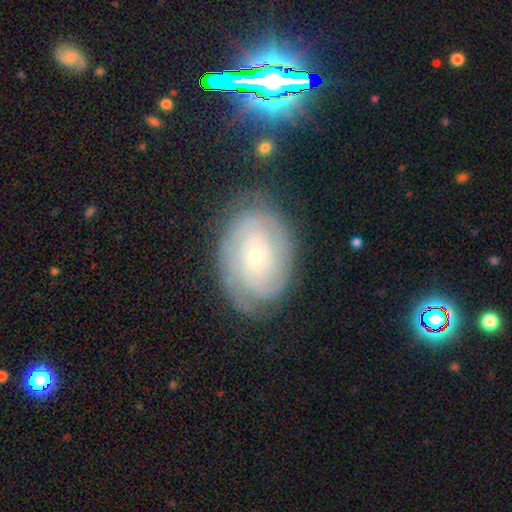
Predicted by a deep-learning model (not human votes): This is likely a featured or disk galaxy (76%). It is clearly not viewed edge-on (96%). Bar: possibly no (59%). Spiral arm pattern: clearly yes (92%). Spiral arm count: possibly can't tell (46%). Spiral winding: likely tight (77%). Central bulge: likely small (73%). Merging: likely none (78%).